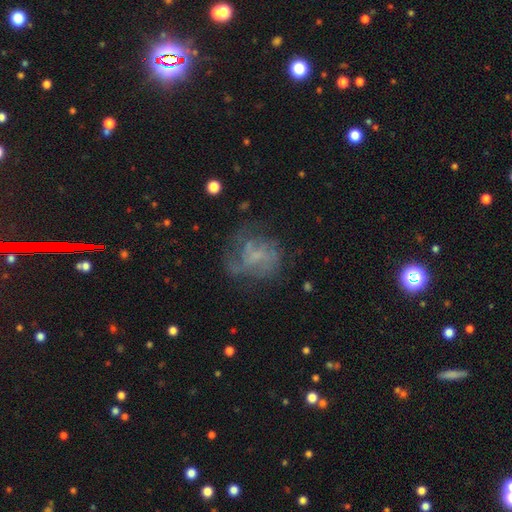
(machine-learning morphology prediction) featured or disk 60%, smooth 26%, star or artifact 15%. Down the decision tree: edge-on disk — no (98%); bar — no (64%); spiral arms — yes (69%); bulge size — none (45%); merging — none (53%).